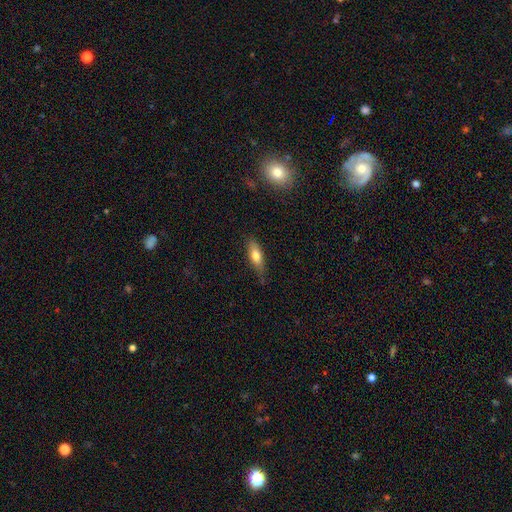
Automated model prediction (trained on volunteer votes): smooth_or_featured: smooth (p=0.67) [alt: featured or disk p=0.26]
how_rounded: in between (p=0.51) [alt: cigar-shaped p=0.46]
merging: none (p=0.72) [alt: minor disturbance p=0.22]